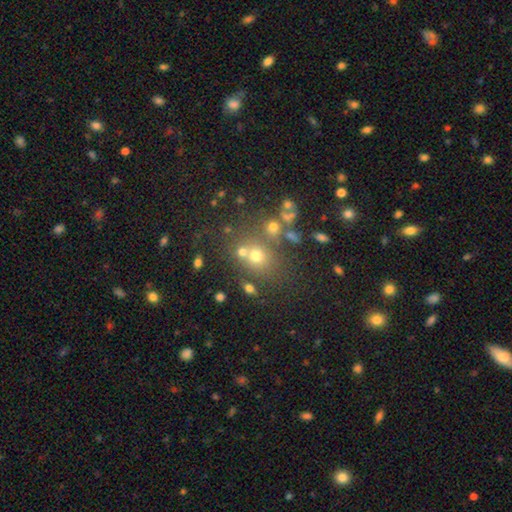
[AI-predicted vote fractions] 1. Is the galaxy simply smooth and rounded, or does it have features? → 61% smooth, 24% star or artifact, 15% featured or disk.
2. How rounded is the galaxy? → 75% round, 24% in between, 1% cigar-shaped.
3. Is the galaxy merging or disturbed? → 58% none, 25% merger, 11% minor disturbance, 6% major disturbance.